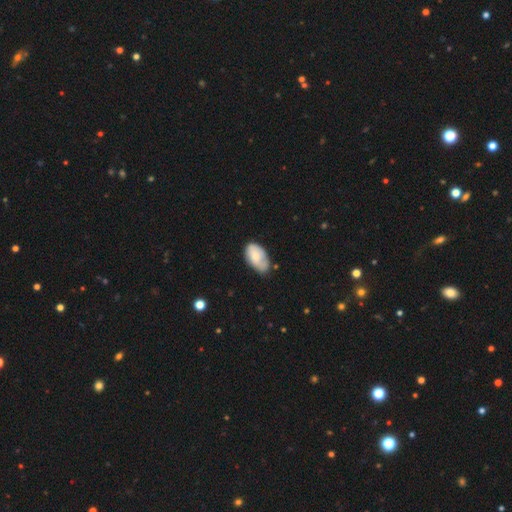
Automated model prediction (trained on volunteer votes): smooth_or_featured: smooth (p=0.66) [alt: featured or disk p=0.28]
how_rounded: in between (p=0.93) [alt: round p=0.05]
merging: none (p=0.56) [alt: minor disturbance p=0.35]